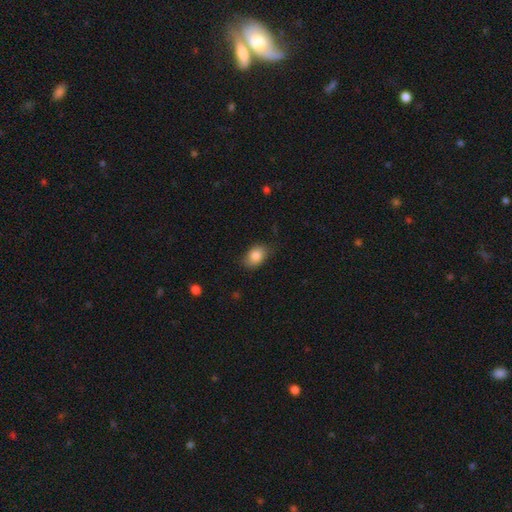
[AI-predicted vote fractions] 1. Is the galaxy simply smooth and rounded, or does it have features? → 84% smooth, 8% featured or disk, 8% star or artifact.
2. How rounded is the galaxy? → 79% in between, 20% round, 1% cigar-shaped.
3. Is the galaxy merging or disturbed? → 75% none, 20% minor disturbance, 4% major disturbance, 1% merger.